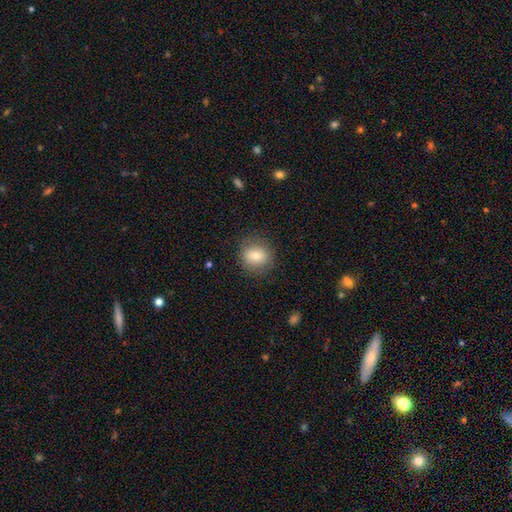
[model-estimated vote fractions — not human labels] Smooth or featured? Predicted: smooth (p=0.76). How rounded? Predicted: round (p=0.82). Merging? Predicted: none (p=0.85).